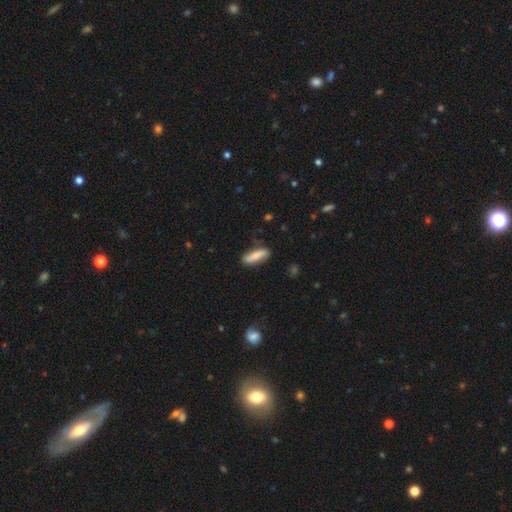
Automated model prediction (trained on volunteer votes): smooth 75%, featured or disk 18%, star or artifact 6%. Down the decision tree: how rounded — cigar-shaped (58%); merging — none (80%).